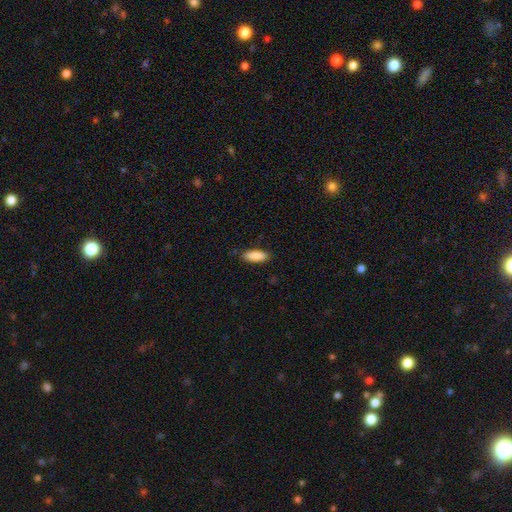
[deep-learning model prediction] smooth 89%, star or artifact 6%, featured or disk 5%. Down the decision tree: how rounded — in between (75%); merging — none (86%).